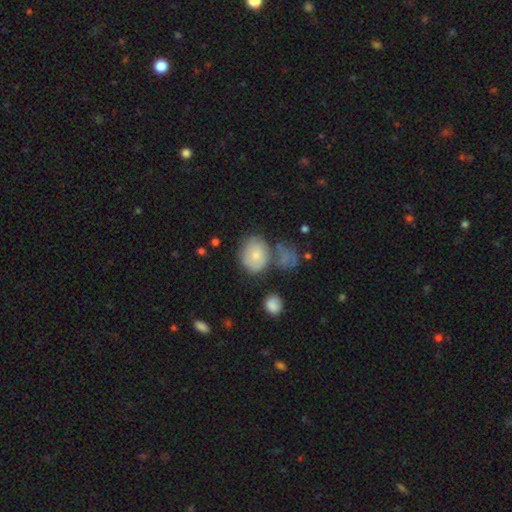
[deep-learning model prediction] The model was most divided on "how rounded": round: 50%, in between: 49%, cigar-shaped: 1%. More confident: smooth or featured — smooth (68%); merging — none (50%).